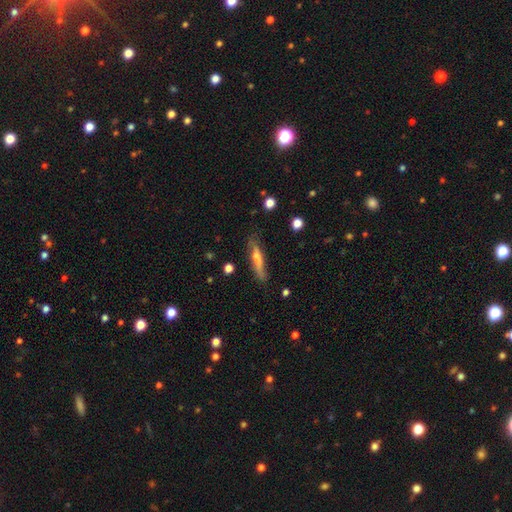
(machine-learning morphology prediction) smooth-or-featured: featured or disk: 47% | smooth: 46% | star or artifact: 8%
  merging: none: 73% | minor disturbance: 20% | major disturbance: 5% | merger: 2%